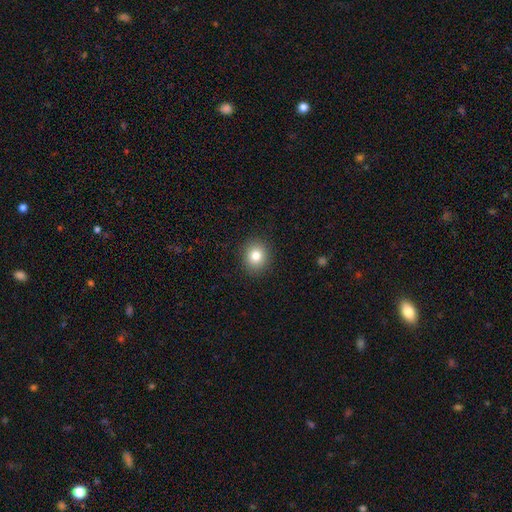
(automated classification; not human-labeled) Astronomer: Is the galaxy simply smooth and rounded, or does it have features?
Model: smooth — 81%.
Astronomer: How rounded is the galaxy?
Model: round — 78%.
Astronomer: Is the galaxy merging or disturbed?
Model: none — 91%.